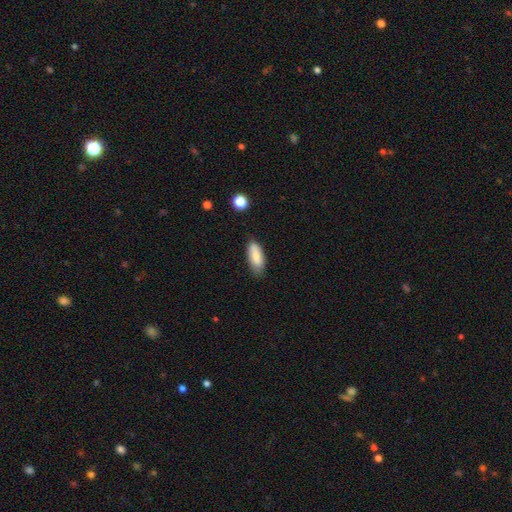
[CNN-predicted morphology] smooth 84%, featured or disk 9%, star or artifact 7%. Down the decision tree: how rounded — in between (78%); merging — none (73%).